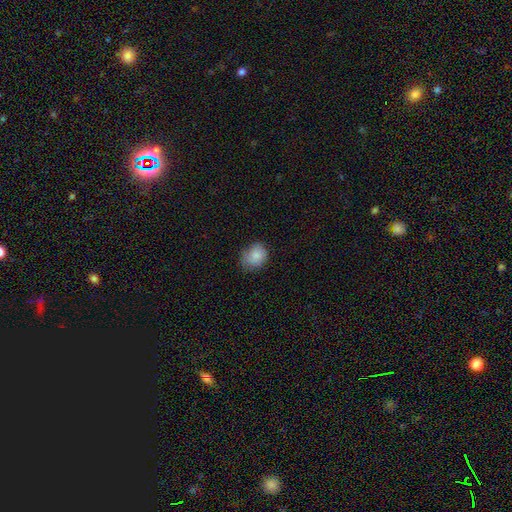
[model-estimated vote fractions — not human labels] Smooth or featured?
  - smooth: 84% *
  - star or artifact: 8%
  - featured or disk: 7%
How rounded?
  - round: 56% *
  - in between: 43%
  - cigar-shaped: 1%
Merging?
  - none: 63% *
  - minor disturbance: 29%
  - major disturbance: 7%
  - merger: 1%